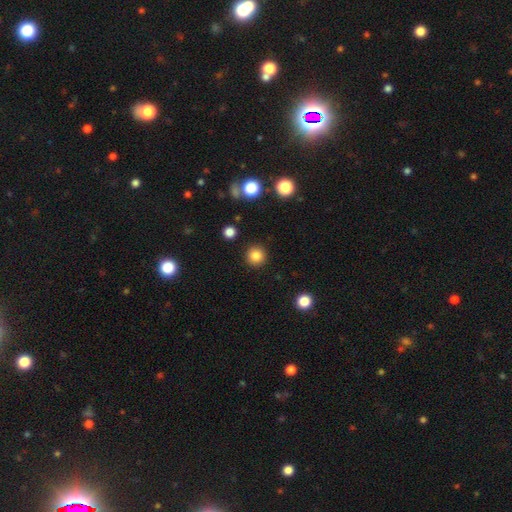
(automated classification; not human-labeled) Smooth or featured?
  - smooth: 85% *
  - star or artifact: 11%
  - featured or disk: 4%
How rounded?
  - round: 94% *
  - in between: 5%
  - cigar-shaped: 1%
Merging?
  - none: 91% *
  - minor disturbance: 5%
  - major disturbance: 2%
  - merger: 1%